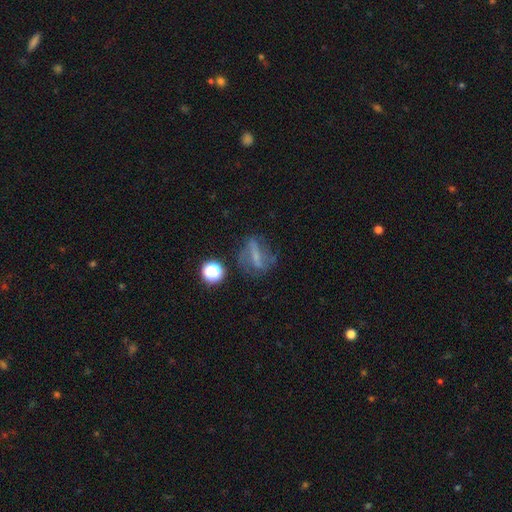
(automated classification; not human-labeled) Q: Smooth or featured?
A: featured or disk (54%); runner-up: smooth (29%)
Q: Edge-on disk?
A: no (86%); runner-up: yes (14%)
Q: Merging?
A: none (55%); runner-up: minor disturbance (21%)